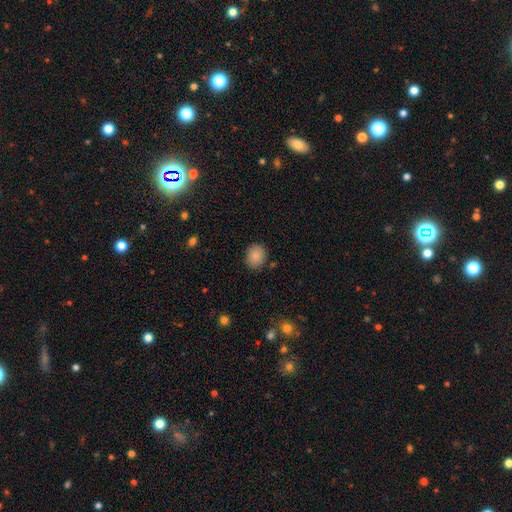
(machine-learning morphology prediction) The model was most divided on "how rounded": round: 66%, in between: 33%, cigar-shaped: 1%. More confident: smooth or featured — smooth (87%); merging — none (86%).